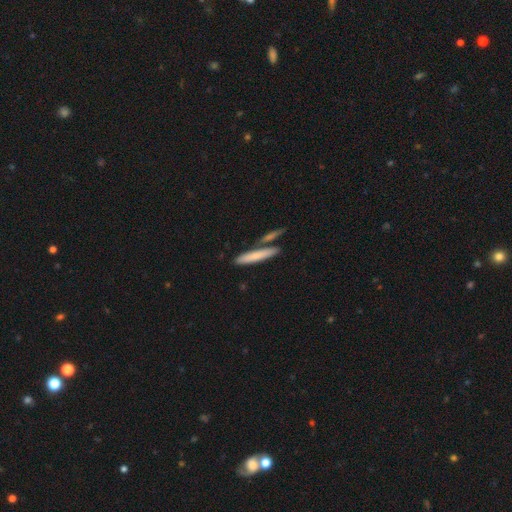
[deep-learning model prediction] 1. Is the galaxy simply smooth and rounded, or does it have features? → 71% smooth, 24% featured or disk, 6% star or artifact.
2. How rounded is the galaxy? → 90% cigar-shaped, 9% in between, 2% round.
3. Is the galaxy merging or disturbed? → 72% none, 15% merger, 11% minor disturbance, 3% major disturbance.